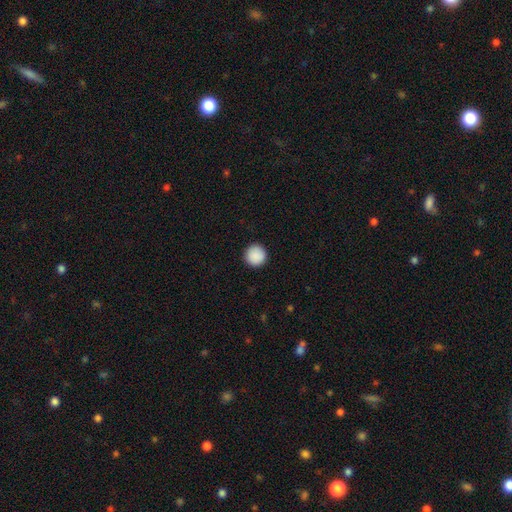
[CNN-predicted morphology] Smooth or featured?
  - smooth: 90% *
  - star or artifact: 7%
  - featured or disk: 2%
How rounded?
  - round: 96% *
  - in between: 3%
  - cigar-shaped: 1%
Merging?
  - none: 93% *
  - minor disturbance: 5%
  - major disturbance: 2%
  - merger: 1%